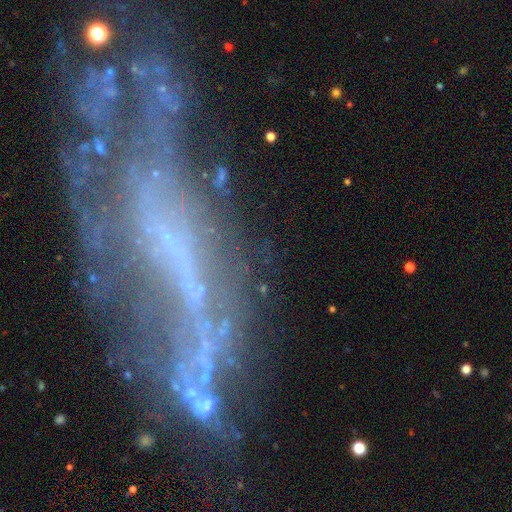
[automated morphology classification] Smooth or featured?
  - featured or disk: 64% *
  - star or artifact: 22%
  - smooth: 15%
Edge-on disk?
  - no: 74% *
  - yes: 26%
Merging?
  - none: 40% *
  - major disturbance: 32%
  - minor disturbance: 19%
  - merger: 9%